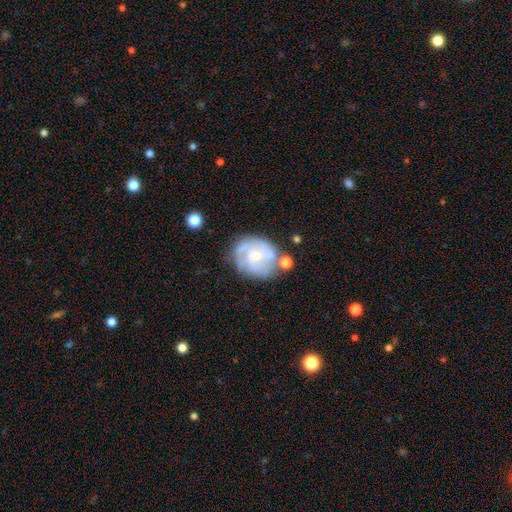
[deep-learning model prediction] This is likely a featured or disk galaxy (71%). It is clearly not viewed edge-on (98%). Bar: likely no (67%). Spiral arm pattern: clearly yes (82%). Spiral arm count: marginally can't tell (32%). Spiral winding: marginally tight (45%). Central bulge: possibly small (60%). Merging: possibly none (57%).